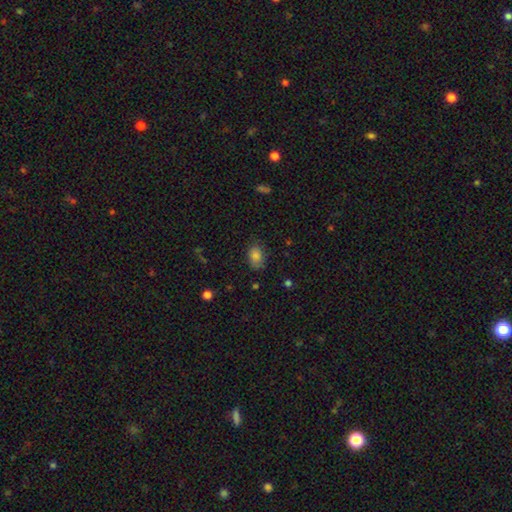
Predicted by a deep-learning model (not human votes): A smooth galaxy with no disk features (83%) that is in between round and cigar-shaped (84%). Merging: none (73%).